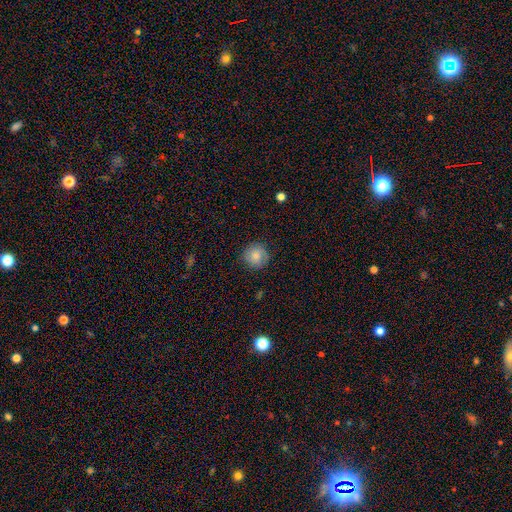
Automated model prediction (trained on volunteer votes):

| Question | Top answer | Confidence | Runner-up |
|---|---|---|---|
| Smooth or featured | smooth | 77% | featured or disk (15%) |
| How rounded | round | 93% | in between (6%) |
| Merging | none | 83% | minor disturbance (13%) |